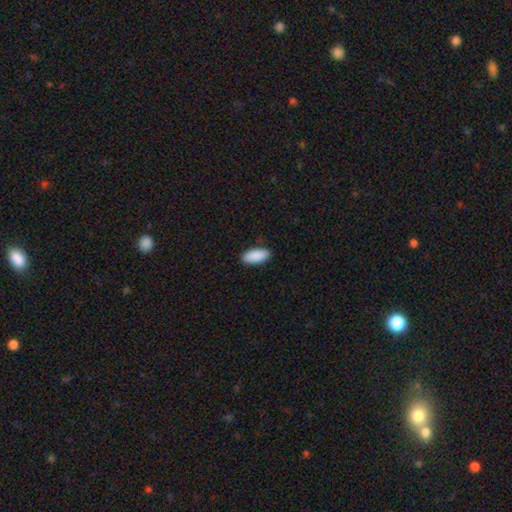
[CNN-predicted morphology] smooth-or-featured: smooth: 91% | star or artifact: 6% | featured or disk: 3%
  how-rounded: in between: 89% | cigar-shaped: 10% | round: 2%
  merging: none: 88% | minor disturbance: 9% | major disturbance: 2% | merger: 1%